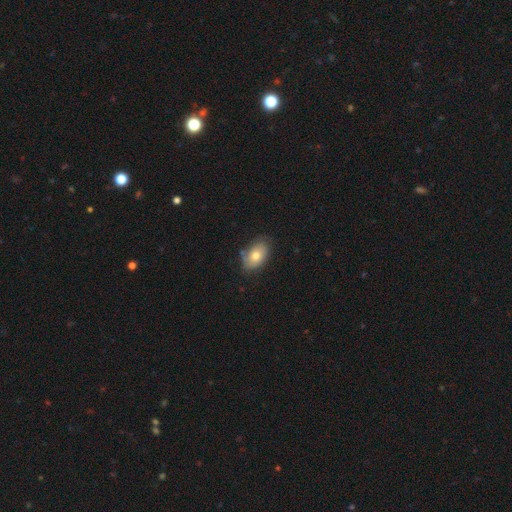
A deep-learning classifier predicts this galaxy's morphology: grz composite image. It shows a smooth galaxy with no disk features (76%) that is in between round and cigar-shaped (90%). Merging: none (76%).